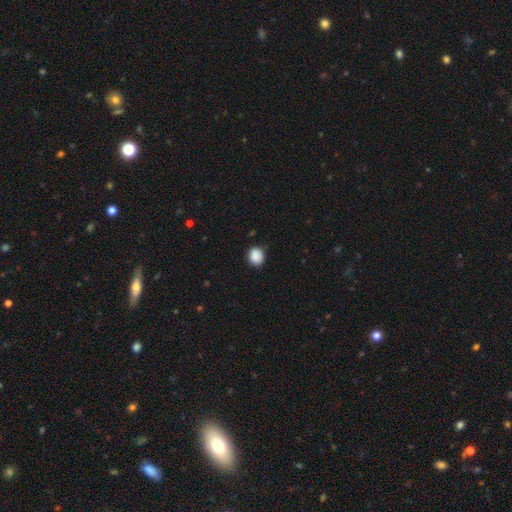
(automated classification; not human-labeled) Morphology: type=smooth (88%); roundness=round (69%); merging=none (81%).